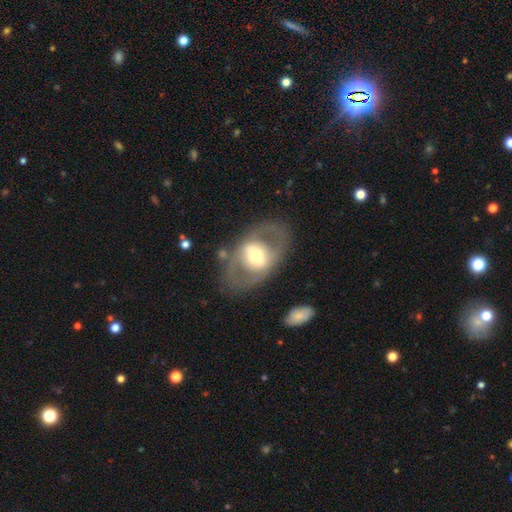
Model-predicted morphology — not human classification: smooth_or_featured: featured or disk (p=0.66) [alt: smooth p=0.28]
disk_edge_on: no (p=0.90) [alt: yes p=0.10]
bar: strong (p=0.38) [alt: weak p=0.33]
has_spiral_arms: no (p=0.68) [alt: yes p=0.32]
bulge_size: moderate (p=0.59) [alt: large p=0.23]
merging: none (p=0.73) [alt: minor disturbance p=0.13]